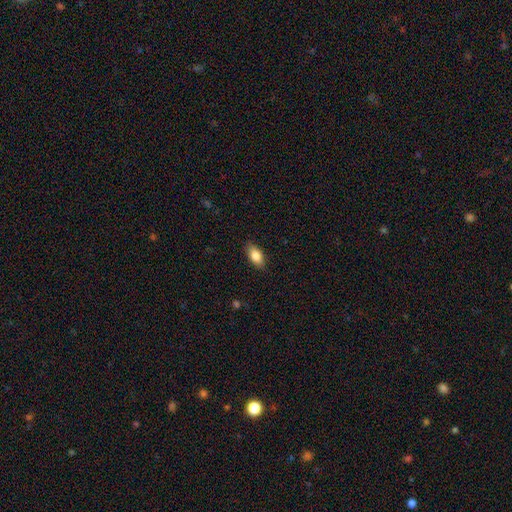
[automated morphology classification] Smooth or featured? smooth (82%)
How rounded? in between (89%)
Merging? none (87%)